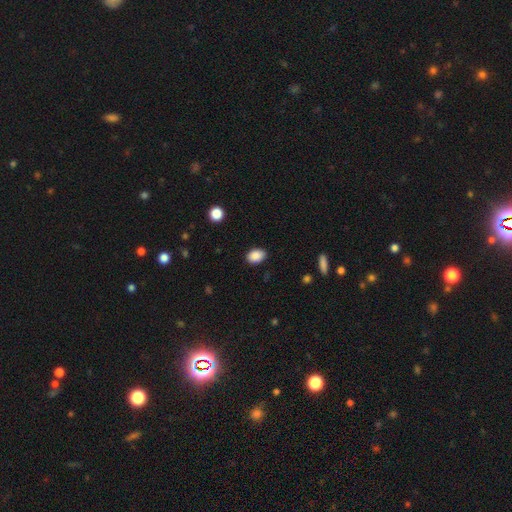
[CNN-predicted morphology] Overall: smooth (88%). How rounded: in between (81%). Merging: none (87%).